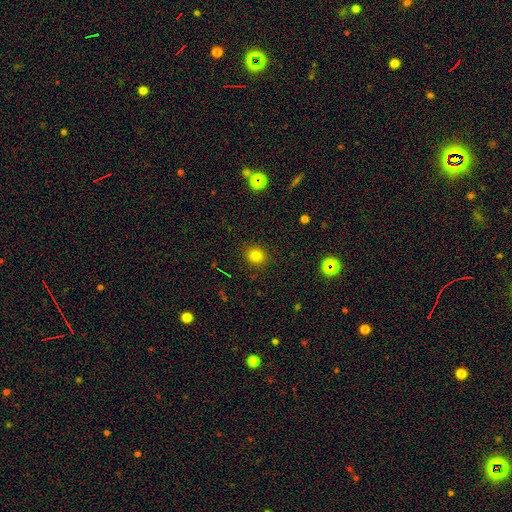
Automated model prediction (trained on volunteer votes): smooth_or_featured: smooth (p=0.80) [alt: star or artifact p=0.15]
how_rounded: round (p=0.83) [alt: in between p=0.16]
merging: none (p=0.90) [alt: minor disturbance p=0.07]